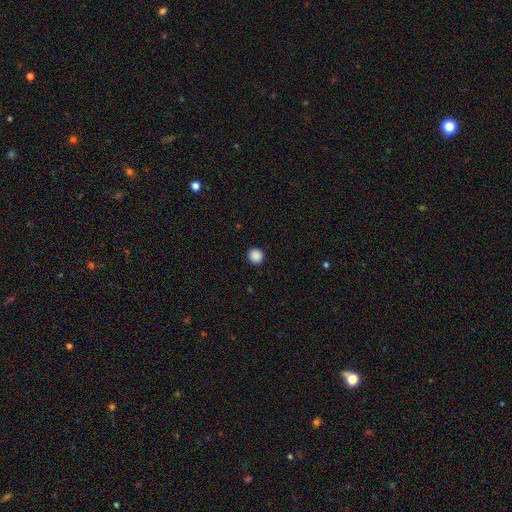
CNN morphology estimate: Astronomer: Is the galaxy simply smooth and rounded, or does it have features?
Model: smooth — 88%.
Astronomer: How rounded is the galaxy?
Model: round — 94%.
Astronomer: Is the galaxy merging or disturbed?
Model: none — 93%.